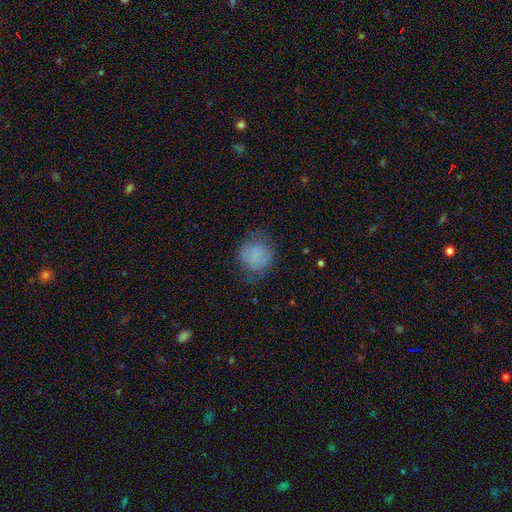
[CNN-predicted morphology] Smooth or featured? Predicted: smooth (p=0.75). How rounded? Predicted: round (p=0.82). Merging? Predicted: none (p=0.63).